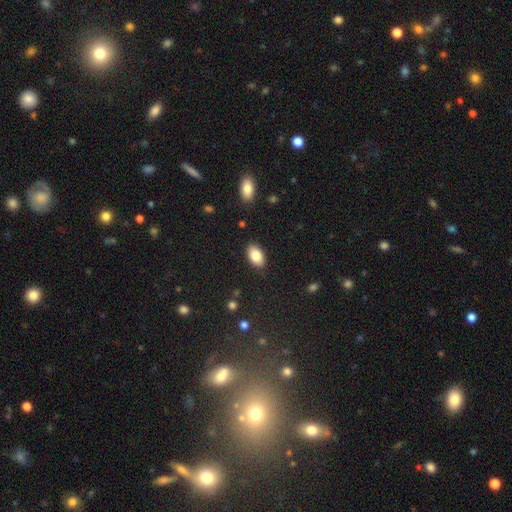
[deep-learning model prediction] Smooth or featured?
  - smooth: 85% *
  - featured or disk: 8%
  - star or artifact: 7%
How rounded?
  - in between: 93% *
  - round: 6%
  - cigar-shaped: 2%
Merging?
  - none: 86% *
  - minor disturbance: 11%
  - major disturbance: 2%
  - merger: 1%